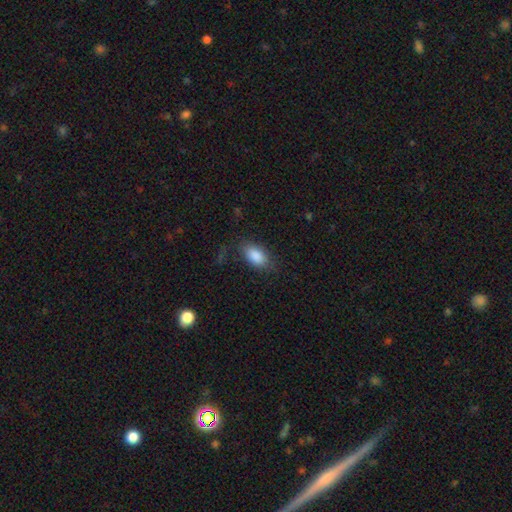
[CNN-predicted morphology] A smooth galaxy with no disk features (86%) that is in between round and cigar-shaped (92%). Merging: none (74%).